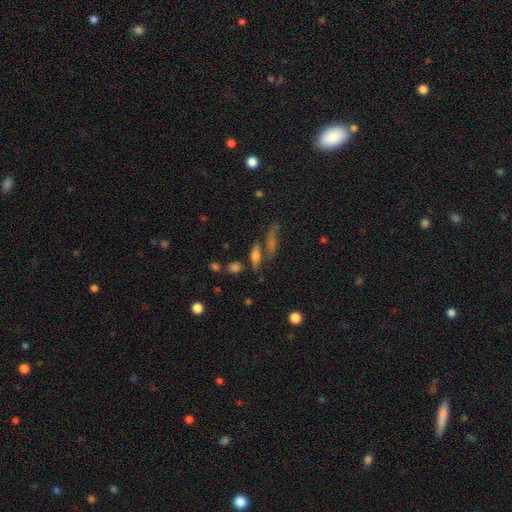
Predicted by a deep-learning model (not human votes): smooth 56%, featured or disk 29%, star or artifact 15%. Down the decision tree: how rounded — in between (46%); merging — none (57%).